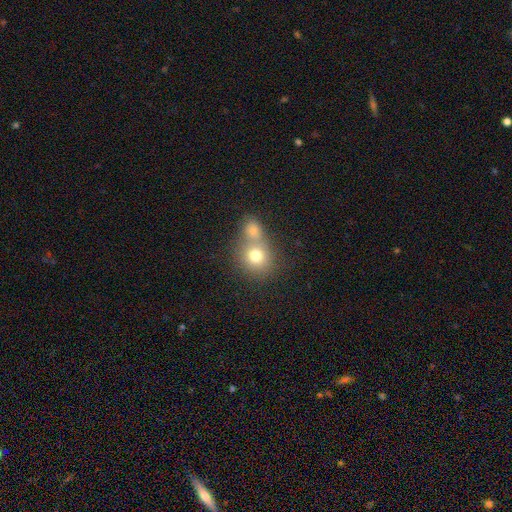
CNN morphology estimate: Smooth or featured?
  - smooth: 75% *
  - featured or disk: 13%
  - star or artifact: 12%
How rounded?
  - round: 78% *
  - in between: 21%
  - cigar-shaped: 1%
Merging?
  - merger: 49% *
  - none: 40%
  - minor disturbance: 8%
  - major disturbance: 3%